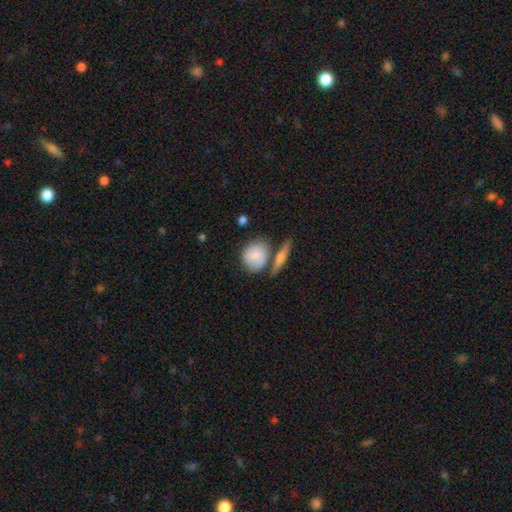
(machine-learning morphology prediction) smooth 73%, featured or disk 21%, star or artifact 6%. Down the decision tree: how rounded — round (74%); merging — none (54%).